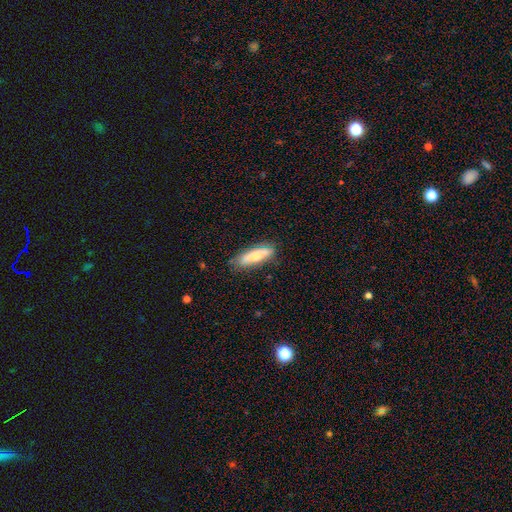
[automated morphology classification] A smooth galaxy with no disk features (65%) that is cigar-shaped (57%).

Vote fractions:
- Smooth or featured? smooth: 65% / featured or disk: 28% / star or artifact: 6%
- How rounded? cigar-shaped: 57% / in between: 41% / round: 2%
- Merging? none: 77% / minor disturbance: 17% / major disturbance: 4% / merger: 2%